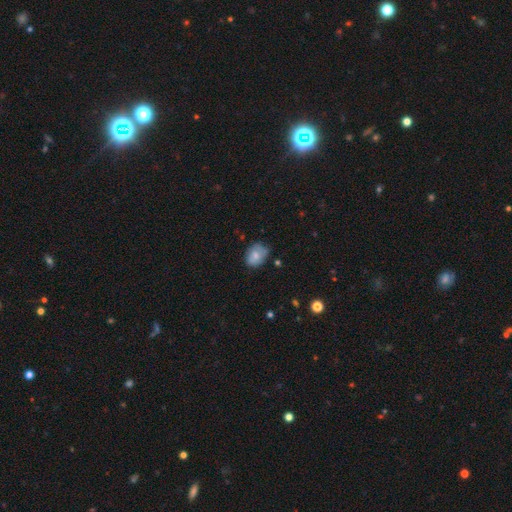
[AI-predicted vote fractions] Smooth or featured? smooth (74%)
How rounded? in between (66%)
Merging? none (63%)